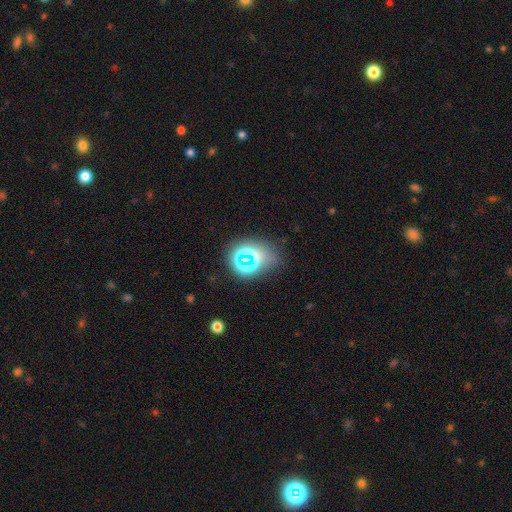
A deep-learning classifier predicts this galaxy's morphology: smooth_or_featured: star or artifact (p=0.57) [alt: smooth p=0.28]